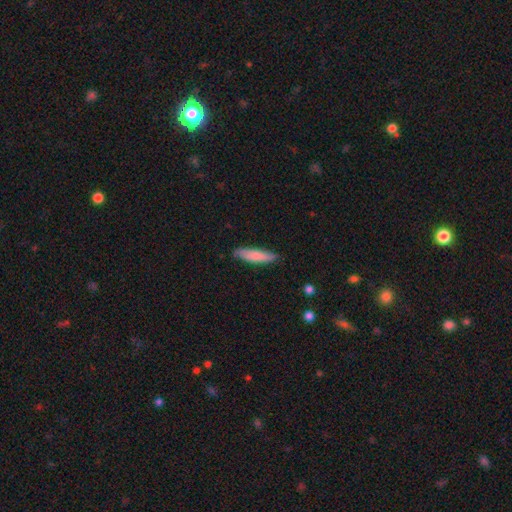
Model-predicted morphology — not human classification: smooth-or-featured: smooth: 78% | featured or disk: 17% | star or artifact: 5%
  how-rounded: cigar-shaped: 75% | in between: 23% | round: 1%
  merging: none: 82% | minor disturbance: 15% | major disturbance: 2% | merger: 1%